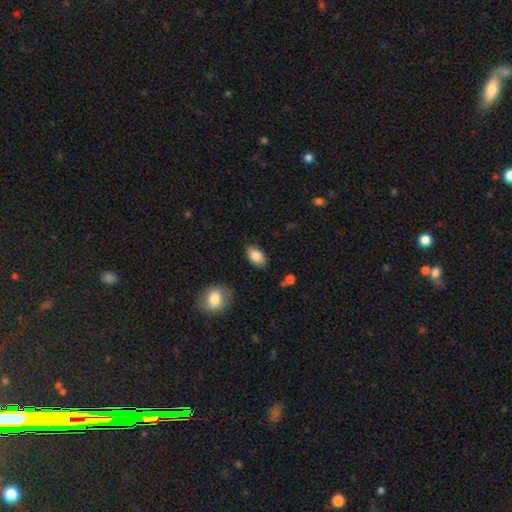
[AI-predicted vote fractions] This appears to be a smooth galaxy with no disk features (86%) that is in between round and cigar-shaped (92%). Merging: none (84%).